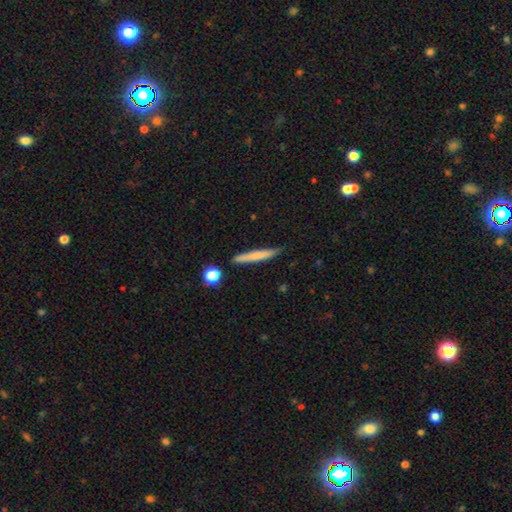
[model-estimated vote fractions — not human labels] This is likely a smooth galaxy (68%). How rounded: clearly cigar-shaped (95%). Merging: clearly none (84%).